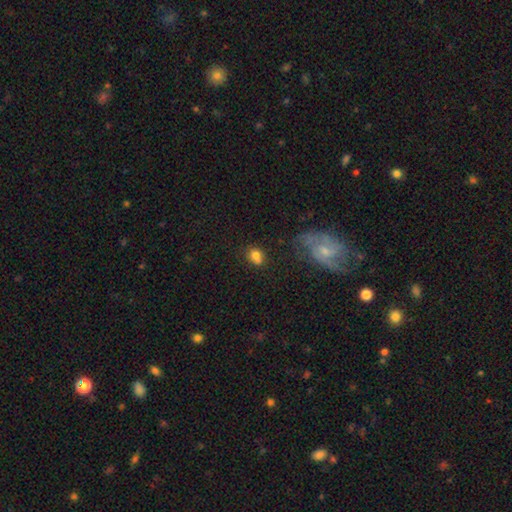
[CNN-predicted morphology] A smooth galaxy with no disk features (75%) that is in between round and cigar-shaped (50%).

Vote fractions:
- Smooth or featured? smooth: 75% / featured or disk: 13% / star or artifact: 12%
- How rounded? in between: 50% / round: 48% / cigar-shaped: 2%
- Merging? none: 49% / merger: 24% / minor disturbance: 19% / major disturbance: 9%